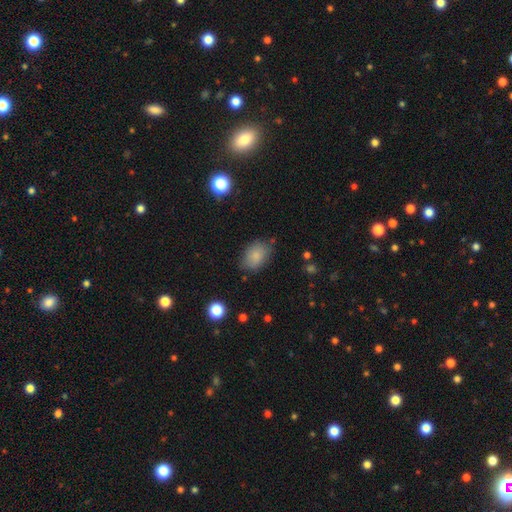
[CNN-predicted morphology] This is clearly a smooth galaxy (84%). How rounded: clearly in between (85%). Merging: likely none (74%).